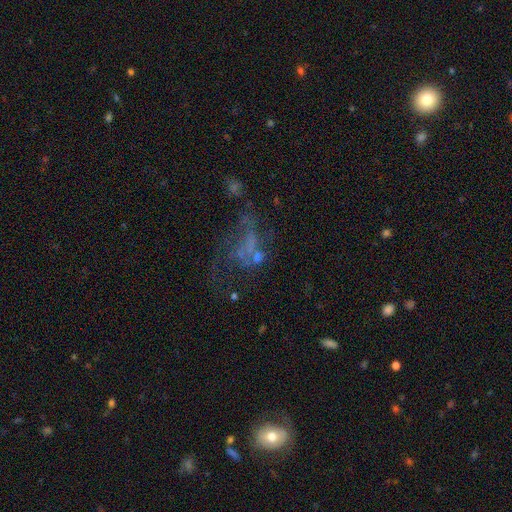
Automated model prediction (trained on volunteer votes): featured or disk 53%, star or artifact 25%, smooth 22%. Down the decision tree: edge-on disk — no (97%); bar — no (86%); spiral arms — no (81%); bulge size — none (74%); merging — major disturbance (42%).